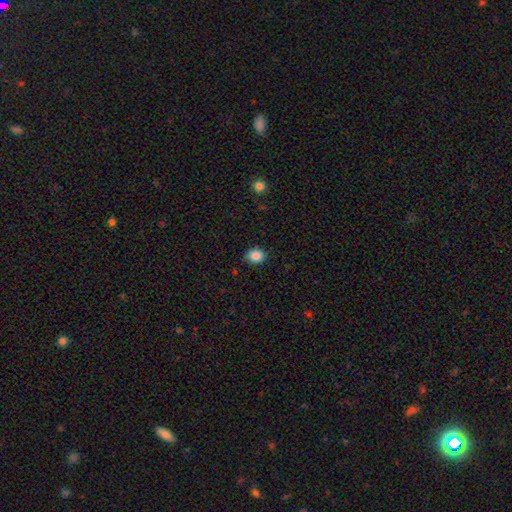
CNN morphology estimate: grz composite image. It shows a smooth galaxy with no disk features (87%) that is in between round and cigar-shaped (52%). Merging: none (86%).